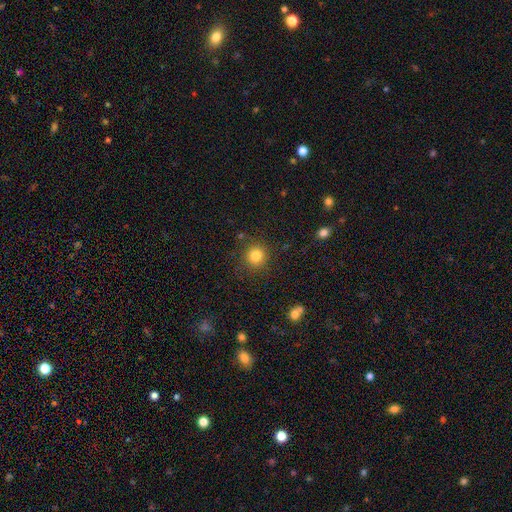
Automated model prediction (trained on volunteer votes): Smooth or featured? Predicted: smooth (p=0.82). How rounded? Predicted: round (p=0.92). Merging? Predicted: none (p=0.87).